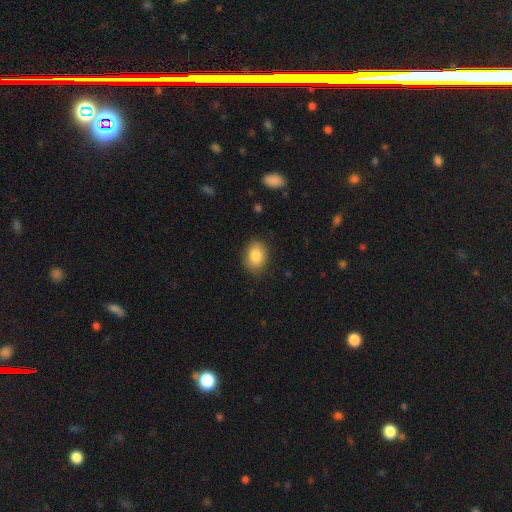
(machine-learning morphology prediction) Overall: smooth (85%). How rounded: in between (71%). Merging: none (85%).